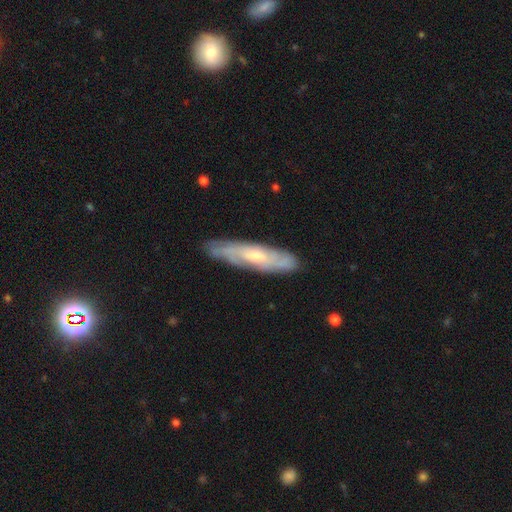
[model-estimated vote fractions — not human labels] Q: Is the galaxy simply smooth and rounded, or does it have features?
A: featured or disk — 65%.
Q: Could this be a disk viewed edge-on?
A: no — 52%.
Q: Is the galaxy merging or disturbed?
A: none — 83%.